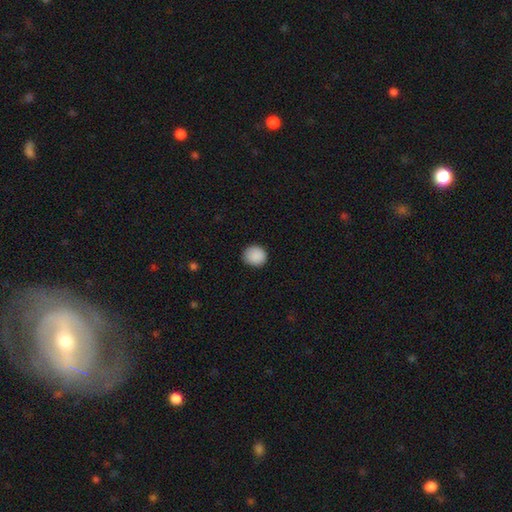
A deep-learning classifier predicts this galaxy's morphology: A smooth galaxy with no disk features (89%) that is round (85%). Merging: none (87%).